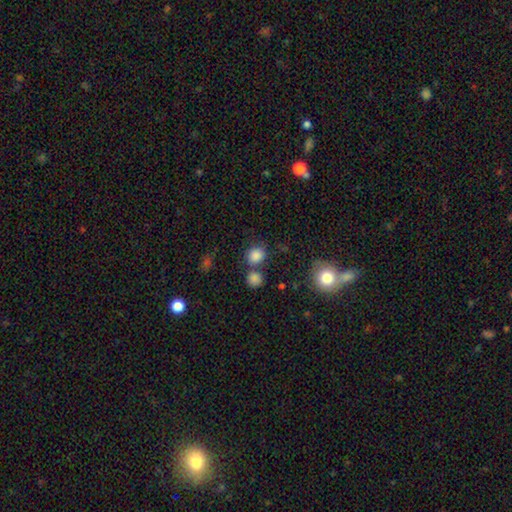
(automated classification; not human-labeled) Smooth or featured?
  - smooth: 84% *
  - star or artifact: 12%
  - featured or disk: 4%
How rounded?
  - round: 76% *
  - in between: 23%
  - cigar-shaped: 1%
Merging?
  - none: 66% *
  - merger: 20%
  - minor disturbance: 10%
  - major disturbance: 4%